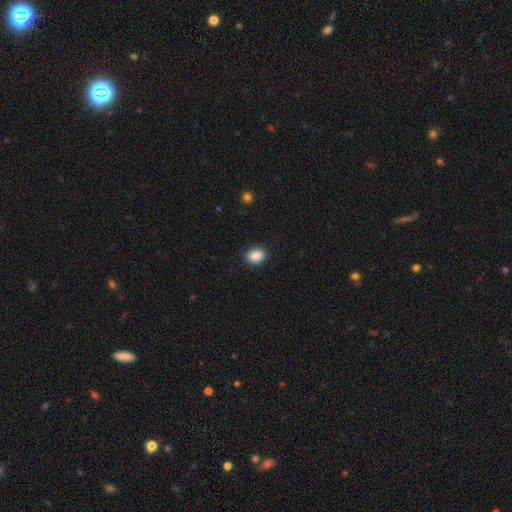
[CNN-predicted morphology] smooth 89%, star or artifact 8%, featured or disk 3%. Down the decision tree: how rounded — in between (67%); merging — none (89%).